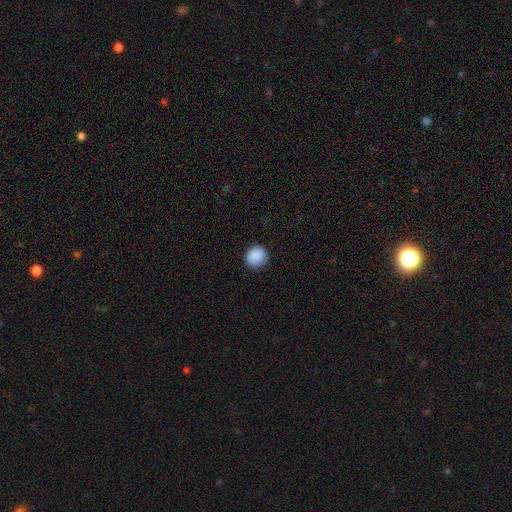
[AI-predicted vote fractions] Smooth or featured: smooth — 89% (star or artifact — 8%)
How rounded: round — 84% (in between — 15%)
Merging: none — 87% (minor disturbance — 10%)